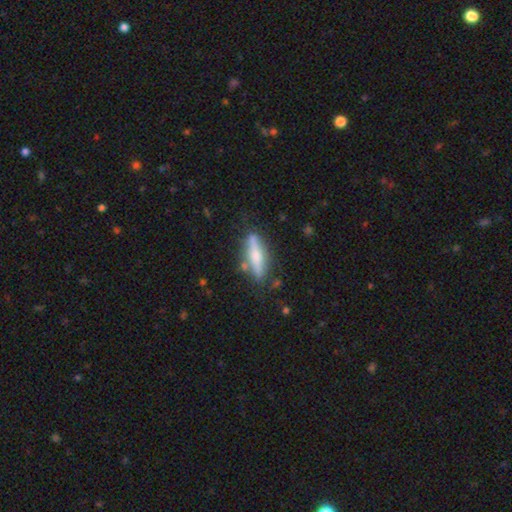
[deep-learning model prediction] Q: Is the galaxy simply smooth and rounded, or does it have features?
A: featured or disk — 50%.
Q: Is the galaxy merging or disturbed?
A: none — 77%.